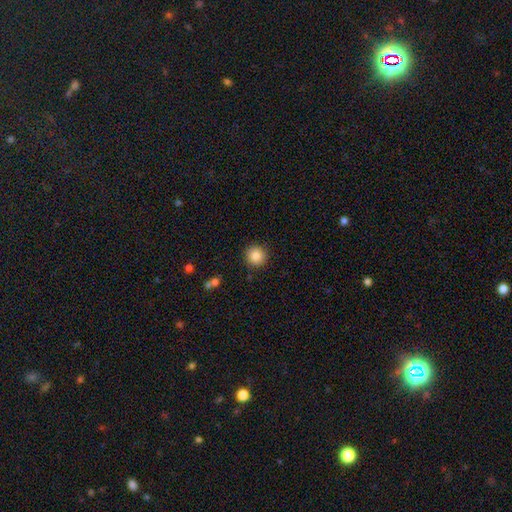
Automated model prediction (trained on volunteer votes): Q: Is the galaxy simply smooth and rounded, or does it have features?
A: smooth — 86%.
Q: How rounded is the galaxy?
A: round — 94%.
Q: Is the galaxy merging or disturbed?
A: none — 90%.